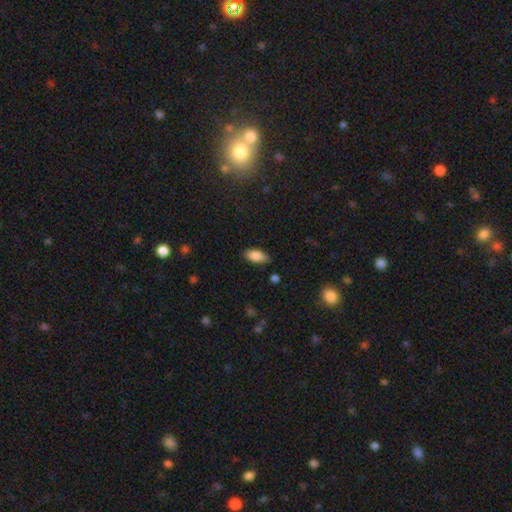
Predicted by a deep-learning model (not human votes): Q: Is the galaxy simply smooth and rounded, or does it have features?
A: smooth — 85%.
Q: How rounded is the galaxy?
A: in between — 89%.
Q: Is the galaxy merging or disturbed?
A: none — 81%.